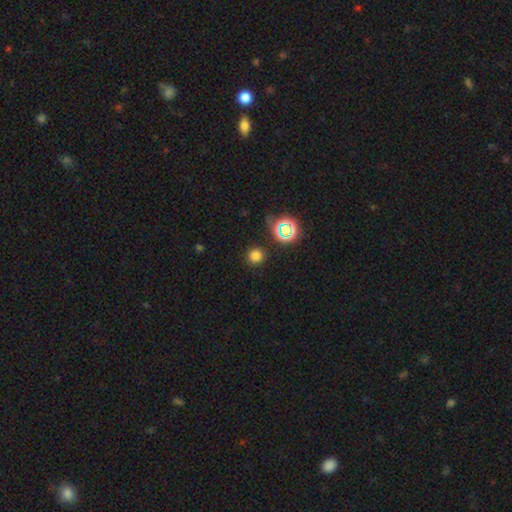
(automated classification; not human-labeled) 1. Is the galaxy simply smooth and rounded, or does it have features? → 75% smooth, 20% star or artifact, 5% featured or disk.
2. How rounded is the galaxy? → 93% round, 6% in between, 1% cigar-shaped.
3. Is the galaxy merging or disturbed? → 89% none, 7% minor disturbance, 3% major disturbance, 2% merger.